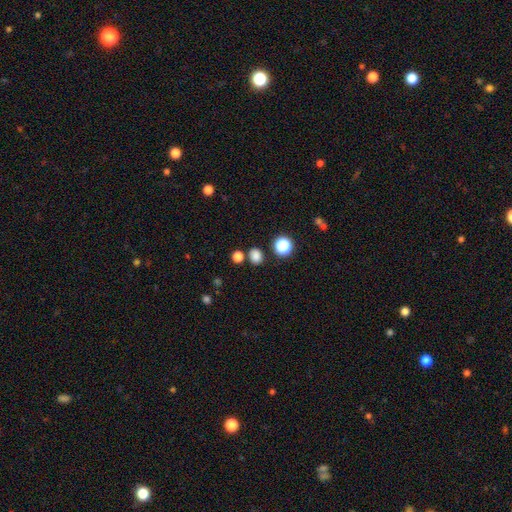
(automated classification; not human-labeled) Morphology: type=smooth (80%); roundness=round (63%); merging=none (80%).